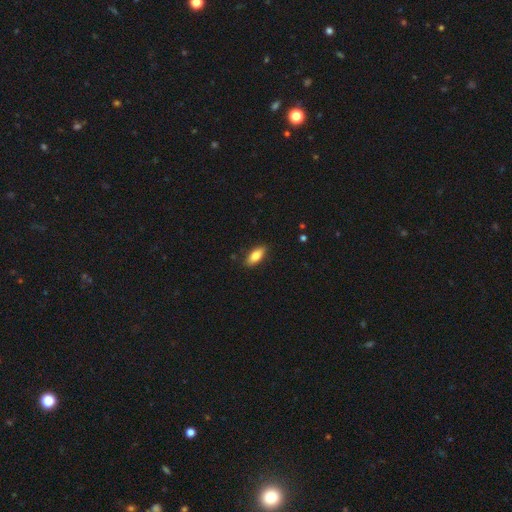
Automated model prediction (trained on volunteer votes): Overall: smooth (81%). How rounded: in between (84%). Merging: none (86%).